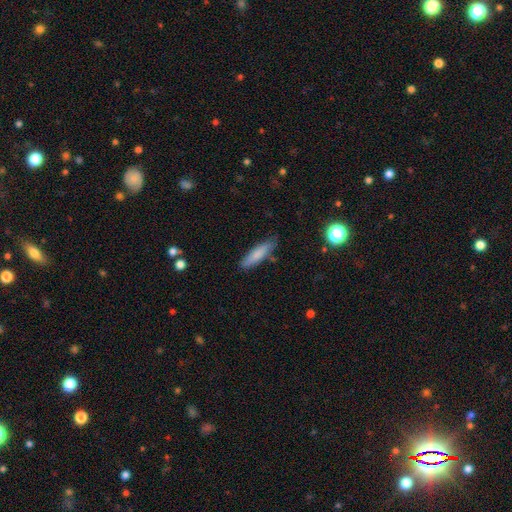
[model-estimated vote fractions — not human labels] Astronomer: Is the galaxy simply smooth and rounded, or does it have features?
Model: smooth — 78%.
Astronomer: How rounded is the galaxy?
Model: cigar-shaped — 75%.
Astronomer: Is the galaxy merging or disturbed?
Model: none — 83%.